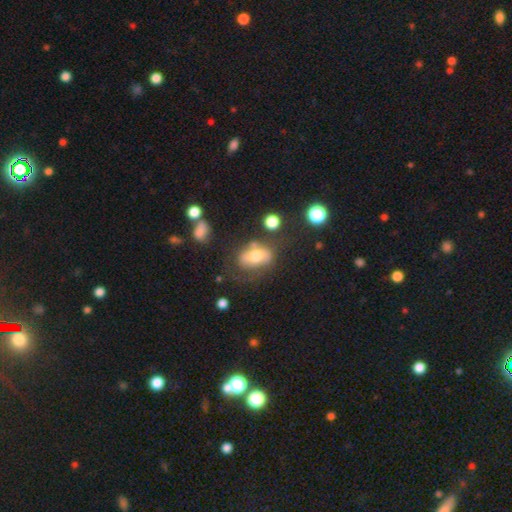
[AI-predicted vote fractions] smooth-or-featured: smooth: 52% | featured or disk: 39% | star or artifact: 9%
  how-rounded: in between: 77% | round: 21% | cigar-shaped: 2%
  merging: none: 49% | minor disturbance: 24% | major disturbance: 18% | merger: 9%